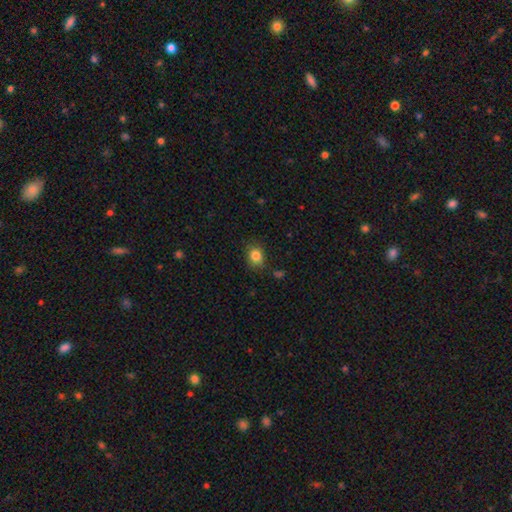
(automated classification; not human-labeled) A smooth galaxy with no disk features (84%) that is round (59%). Merging: none (81%).